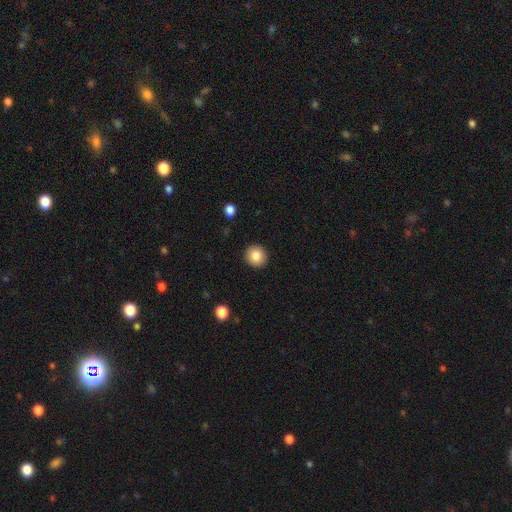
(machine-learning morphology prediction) Smooth or featured: smooth — 85% (star or artifact — 9%)
How rounded: round — 93% (in between — 6%)
Merging: none — 92% (minor disturbance — 5%)